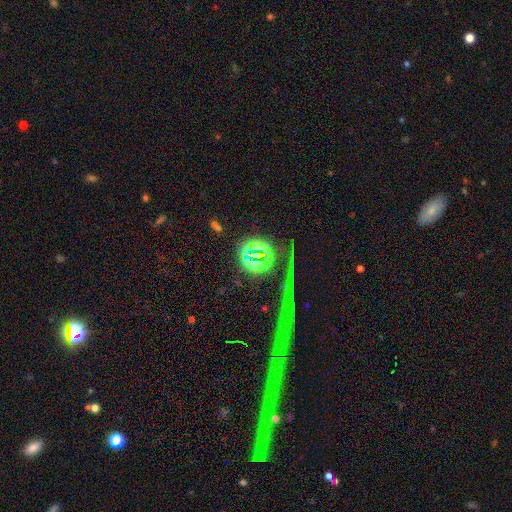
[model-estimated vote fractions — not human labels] Smooth or featured?
  - star or artifact: 75% *
  - smooth: 14%
  - featured or disk: 11%